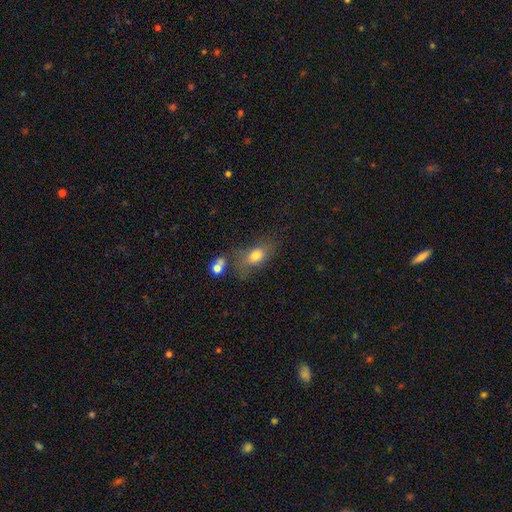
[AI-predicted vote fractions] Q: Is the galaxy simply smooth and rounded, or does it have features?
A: smooth — 74%.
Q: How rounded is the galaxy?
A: in between — 80%.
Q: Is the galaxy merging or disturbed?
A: none — 55%.